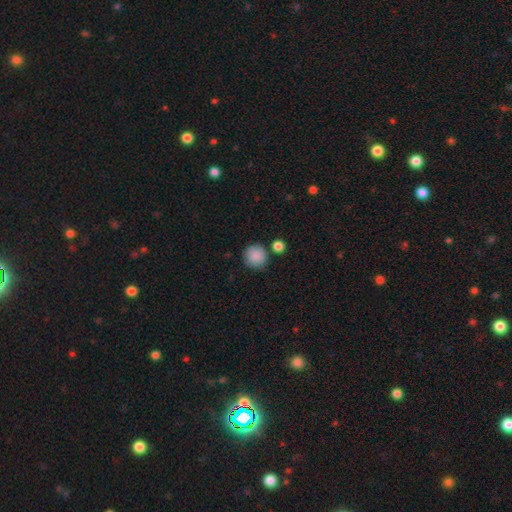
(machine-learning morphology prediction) type=smooth (88%); roundness=round (93%); merging=none (79%).